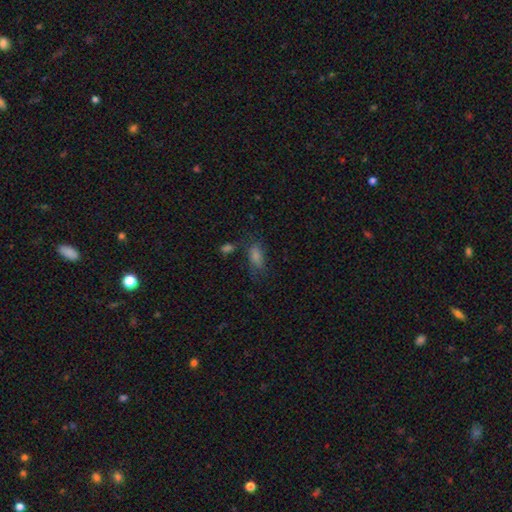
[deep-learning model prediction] Smooth or featured? Predicted: smooth (p=0.60). How rounded? Predicted: in between (p=0.79). Merging? Predicted: none (p=0.65).